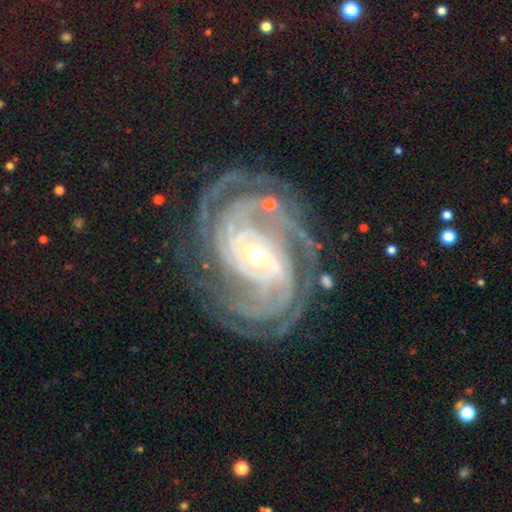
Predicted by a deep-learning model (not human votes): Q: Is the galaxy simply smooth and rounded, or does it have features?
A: featured or disk — 93%.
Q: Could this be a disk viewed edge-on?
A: no — 97%.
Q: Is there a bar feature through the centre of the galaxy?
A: no — 41%.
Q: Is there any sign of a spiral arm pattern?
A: yes — 99%.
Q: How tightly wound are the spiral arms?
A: tight — 75%.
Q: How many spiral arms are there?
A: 4 — 28%.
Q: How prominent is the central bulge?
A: moderate — 48%.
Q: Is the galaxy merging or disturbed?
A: none — 75%.